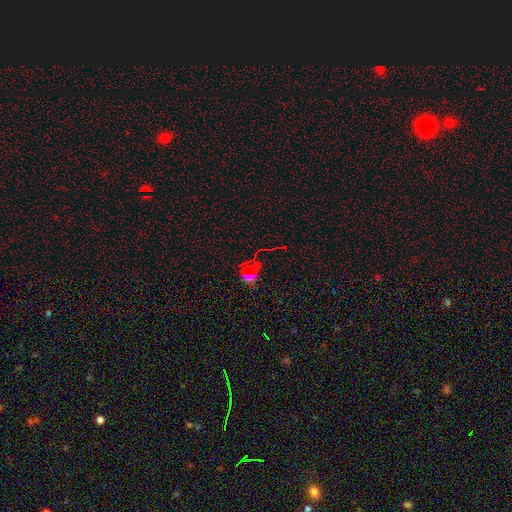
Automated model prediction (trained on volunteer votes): smooth_or_featured: star or artifact (p=0.63) [alt: smooth p=0.23]